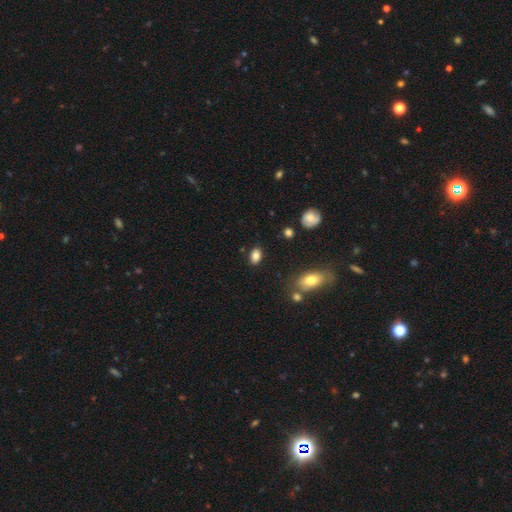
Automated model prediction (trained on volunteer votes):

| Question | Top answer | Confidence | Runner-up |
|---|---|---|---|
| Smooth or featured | smooth | 84% | star or artifact (9%) |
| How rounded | in between | 86% | round (12%) |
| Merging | none | 83% | minor disturbance (11%) |